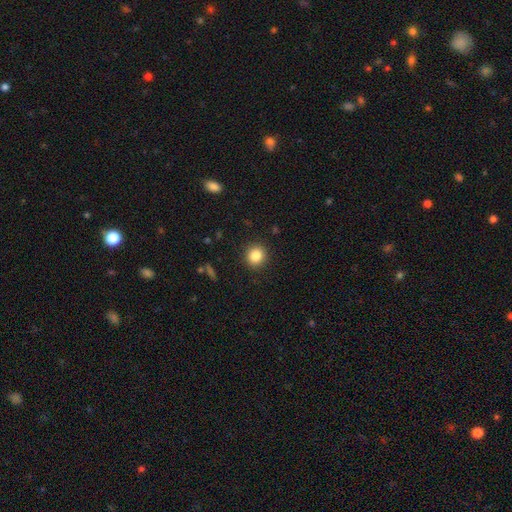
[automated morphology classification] Smooth or featured? Predicted: smooth (p=0.85). How rounded? Predicted: round (p=0.89). Merging? Predicted: none (p=0.91).